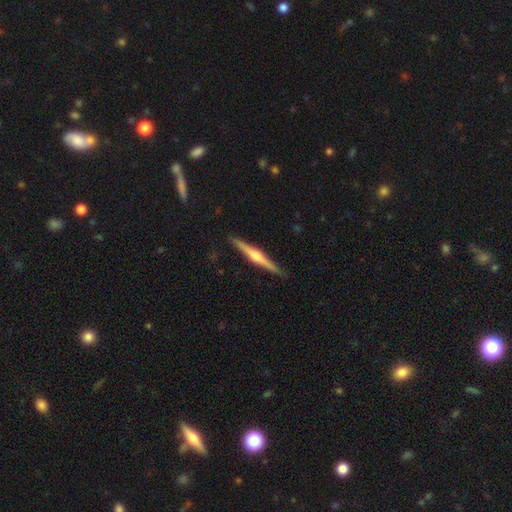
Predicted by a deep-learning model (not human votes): Smooth or featured? featured or disk (76%)
Edge-on disk? yes (98%)
Edge-on bulge? rounded (88%)
Merging? none (92%)